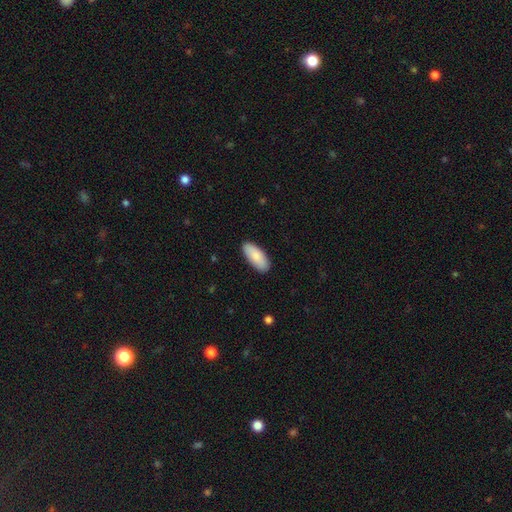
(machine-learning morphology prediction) A smooth galaxy with no disk features (86%) that is in between round and cigar-shaped (86%).

Vote fractions:
- Smooth or featured? smooth: 86% / featured or disk: 9% / star or artifact: 5%
- How rounded? in between: 86% / cigar-shaped: 12% / round: 2%
- Merging? none: 89% / minor disturbance: 9% / major disturbance: 2% / merger: 1%